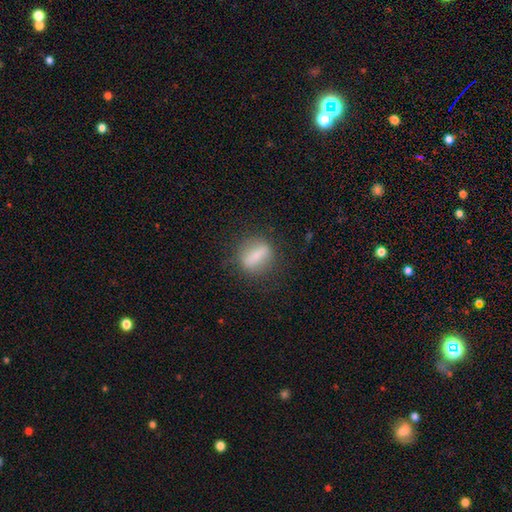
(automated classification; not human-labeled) smooth 61%, featured or disk 29%, star or artifact 10%. Down the decision tree: how rounded — in between (45%); merging — none (81%).